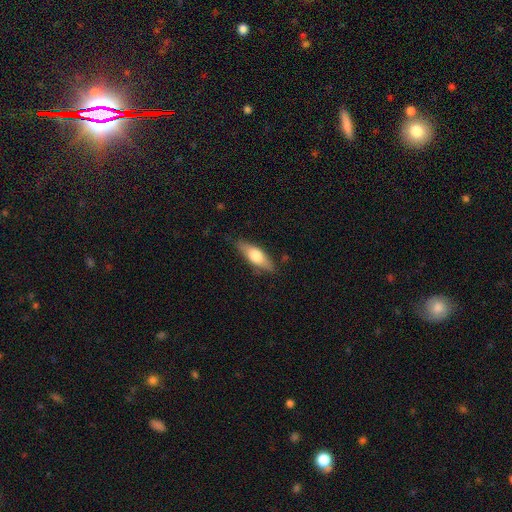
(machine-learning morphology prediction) Smooth or featured?
  - smooth: 64% *
  - featured or disk: 30%
  - star or artifact: 6%
How rounded?
  - in between: 61% *
  - cigar-shaped: 36%
  - round: 3%
Merging?
  - none: 82% *
  - minor disturbance: 14%
  - major disturbance: 3%
  - merger: 1%